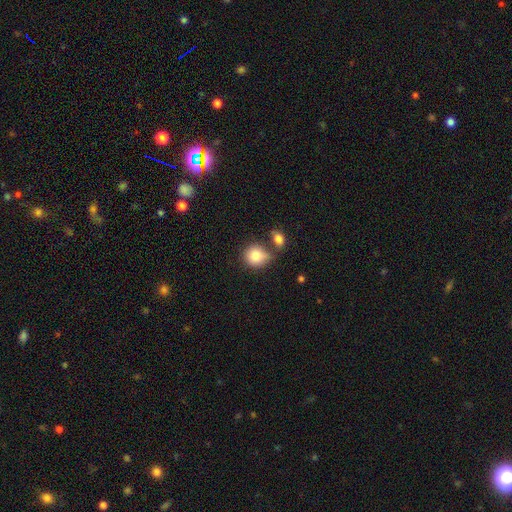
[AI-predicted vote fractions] smooth-or-featured: smooth: 83% | star or artifact: 8% | featured or disk: 8%
  how-rounded: round: 78% | in between: 21% | cigar-shaped: 1%
  merging: none: 47% | merger: 28% | minor disturbance: 18% | major disturbance: 7%